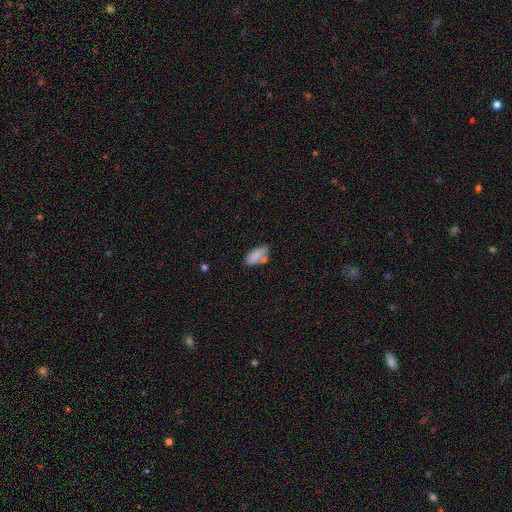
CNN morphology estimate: Smooth or featured? smooth (80%)
How rounded? in between (88%)
Merging? none (52%)